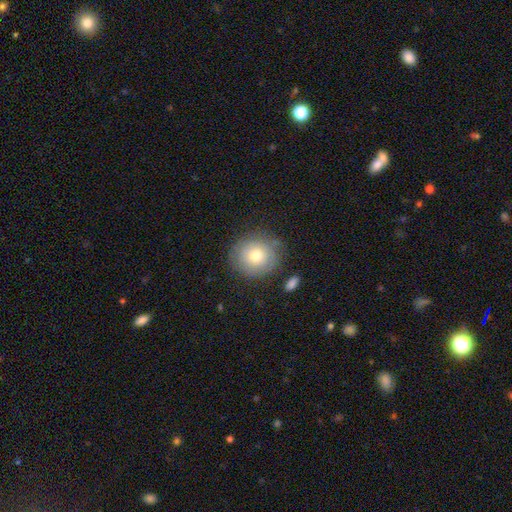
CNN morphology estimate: smooth 75%, featured or disk 15%, star or artifact 10%. Down the decision tree: how rounded — round (88%); merging — none (80%).